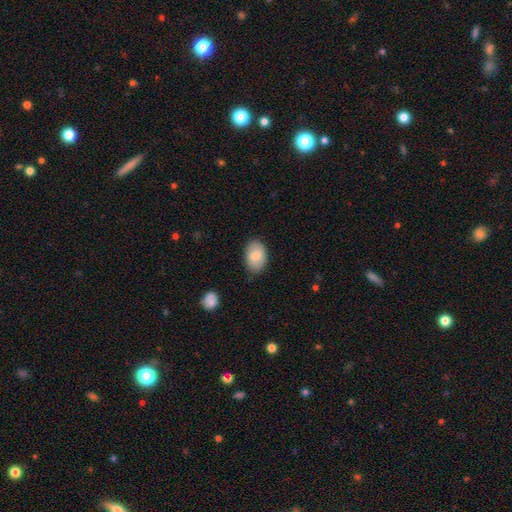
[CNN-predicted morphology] This is clearly a smooth galaxy (80%). How rounded: clearly in between (87%). Merging: clearly none (80%).